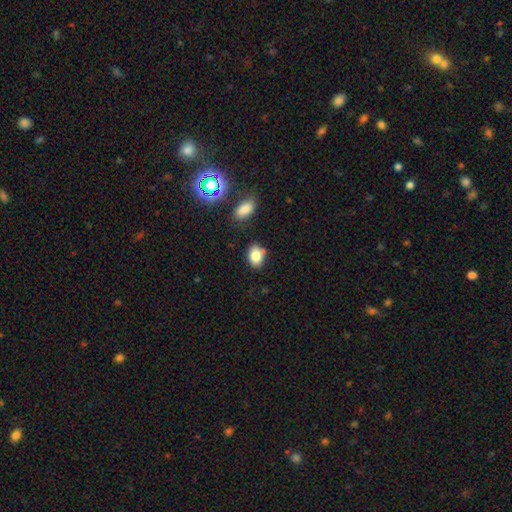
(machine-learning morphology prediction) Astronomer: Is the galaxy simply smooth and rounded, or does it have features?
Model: smooth — 82%.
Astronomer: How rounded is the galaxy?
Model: in between — 75%.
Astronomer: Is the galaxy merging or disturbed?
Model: none — 69%.